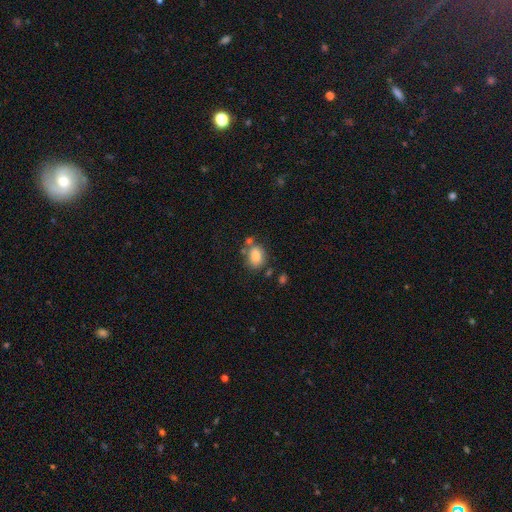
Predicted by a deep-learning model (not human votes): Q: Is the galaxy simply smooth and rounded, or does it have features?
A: smooth — 80%.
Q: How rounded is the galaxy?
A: in between — 60%.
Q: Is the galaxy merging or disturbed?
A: none — 64%.